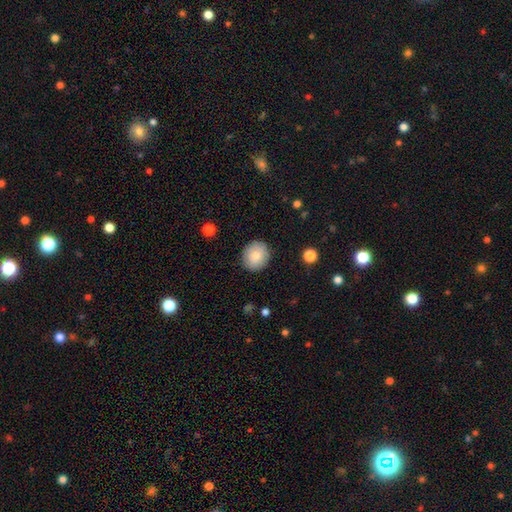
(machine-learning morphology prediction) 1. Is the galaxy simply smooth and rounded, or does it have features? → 85% smooth, 8% featured or disk, 7% star or artifact.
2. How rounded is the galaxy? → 84% round, 15% in between, 1% cigar-shaped.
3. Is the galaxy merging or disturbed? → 89% none, 8% minor disturbance, 2% major disturbance, 1% merger.